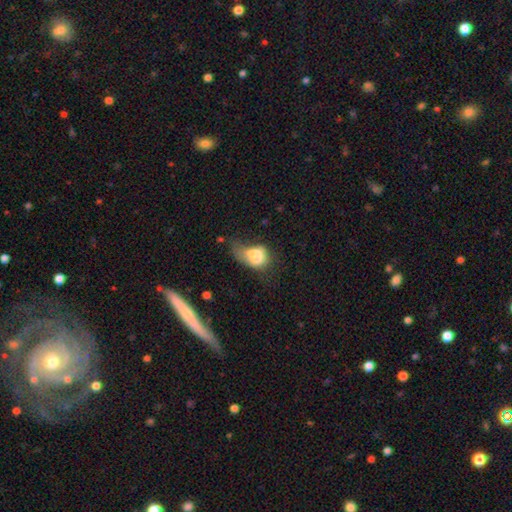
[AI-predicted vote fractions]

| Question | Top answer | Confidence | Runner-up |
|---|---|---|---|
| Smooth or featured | smooth | 65% | featured or disk (25%) |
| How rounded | in between | 79% | round (18%) |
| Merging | major disturbance | 36% | merger (27%) |